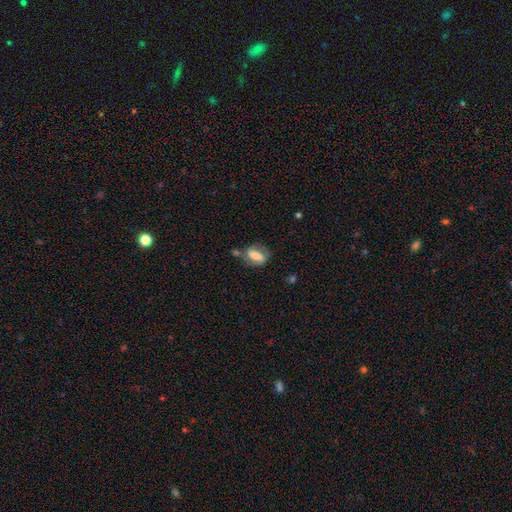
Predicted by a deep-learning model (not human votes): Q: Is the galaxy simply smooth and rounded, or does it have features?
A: smooth — 52%.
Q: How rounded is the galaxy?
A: in between — 79%.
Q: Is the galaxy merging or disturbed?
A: none — 51%.